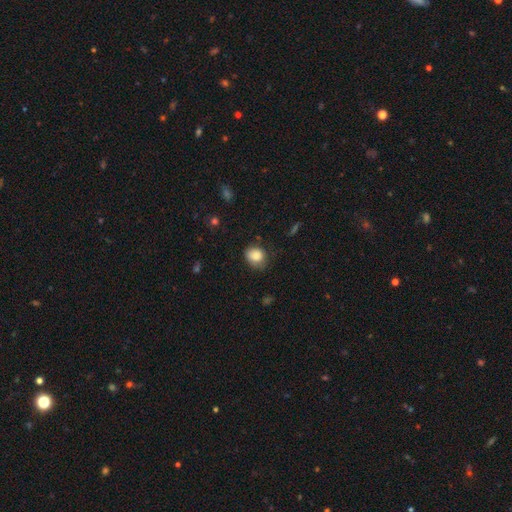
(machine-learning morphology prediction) Q: Smooth or featured?
A: smooth (84%); runner-up: star or artifact (9%)
Q: How rounded?
A: round (65%); runner-up: in between (34%)
Q: Merging?
A: none (65%); runner-up: minor disturbance (26%)